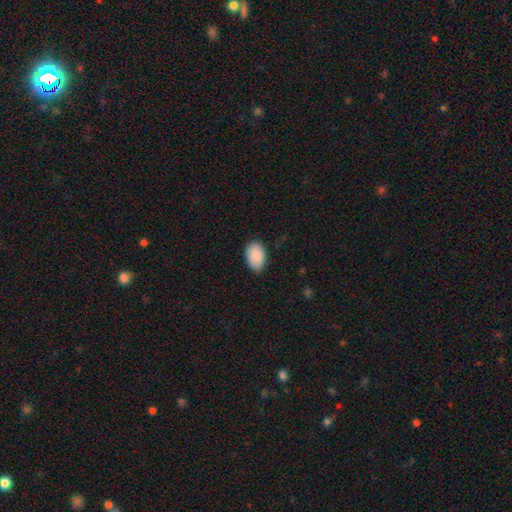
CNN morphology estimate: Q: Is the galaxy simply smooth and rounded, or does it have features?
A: smooth — 90%.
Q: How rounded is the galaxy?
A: in between — 91%.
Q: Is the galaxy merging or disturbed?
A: none — 81%.